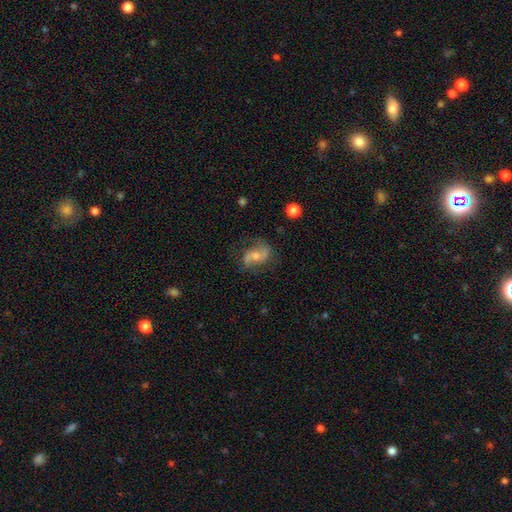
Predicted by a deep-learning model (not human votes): smooth-or-featured: featured or disk: 73% | smooth: 19% | star or artifact: 8%
  disk-edge-on: no: 96% | yes: 4%
    bar: no: 50% | weak: 36% | strong: 14%
    has-spiral-arms: yes: 91% | no: 9%
      spiral-winding: loose: 54% | medium: 36% | tight: 11%
      spiral-arm-count: 2: 89% | can't tell: 5% | 1: 3% | 3: 1% | 4: 1% | more than 4: 1%
    bulge-size: moderate: 50% | small: 41% | none: 4% | large: 4% | dominant: 1%
  merging: none: 69% | minor disturbance: 19% | major disturbance: 10% | merger: 2%